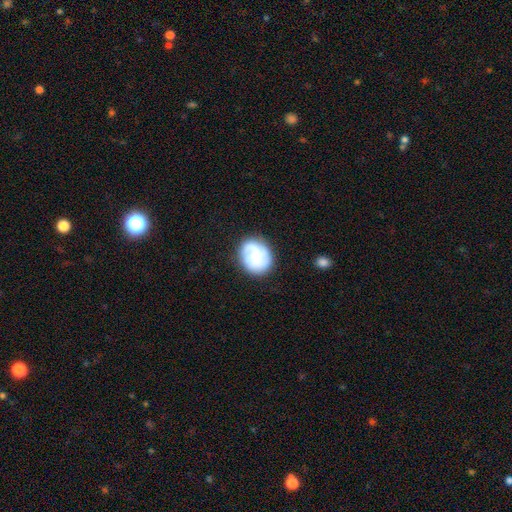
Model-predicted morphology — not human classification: This is possibly a smooth galaxy (57%). How rounded: likely round (61%). Merging: likely none (73%).